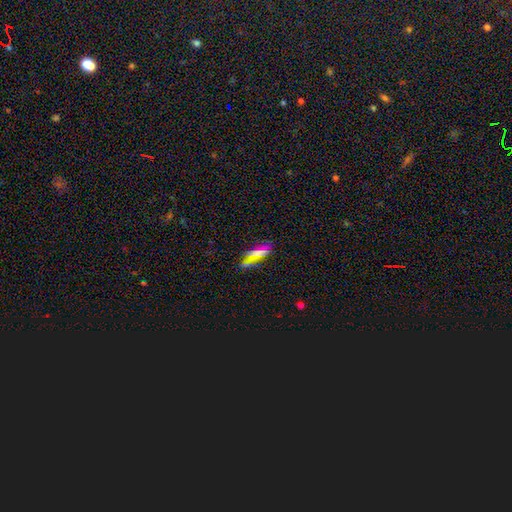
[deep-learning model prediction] smooth 54%, featured or disk 23%, star or artifact 23%. Down the decision tree: how rounded — cigar-shaped (49%); merging — none (62%).